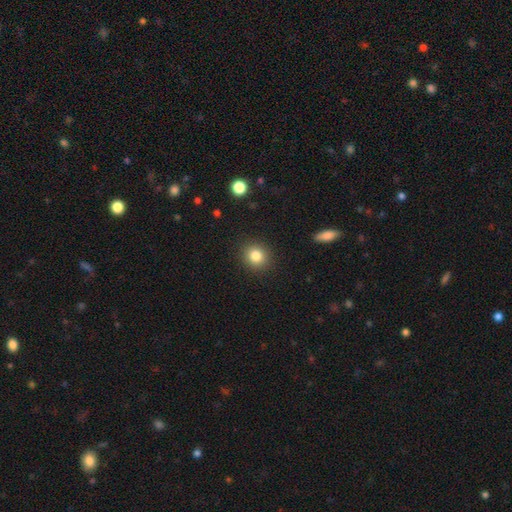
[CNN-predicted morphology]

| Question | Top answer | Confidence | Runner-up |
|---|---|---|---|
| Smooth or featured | smooth | 83% | star or artifact (11%) |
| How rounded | round | 84% | in between (15%) |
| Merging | none | 90% | minor disturbance (6%) |